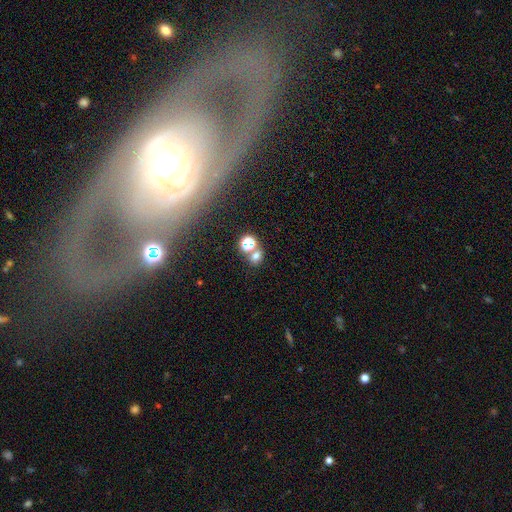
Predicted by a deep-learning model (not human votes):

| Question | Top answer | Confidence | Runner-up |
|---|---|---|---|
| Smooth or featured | smooth | 66% | star or artifact (24%) |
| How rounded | round | 59% | in between (39%) |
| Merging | none | 51% | merger (36%) |